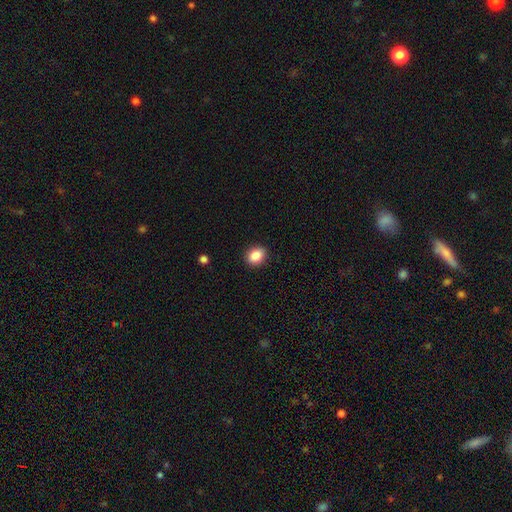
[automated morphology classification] smooth-or-featured: smooth: 87% | star or artifact: 9% | featured or disk: 4%
  how-rounded: in between: 54% | round: 45% | cigar-shaped: 1%
  merging: none: 89% | minor disturbance: 8% | major disturbance: 2% | merger: 1%